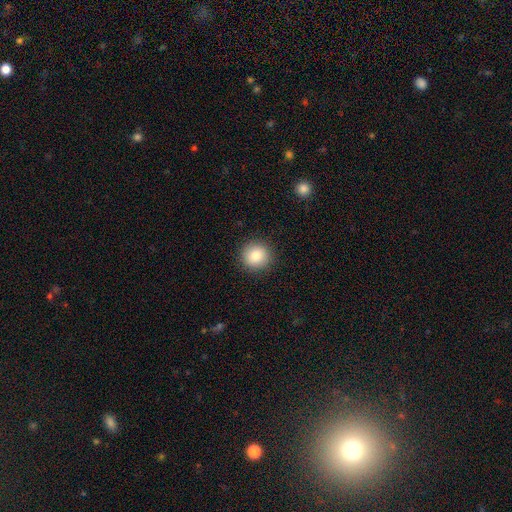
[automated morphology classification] type=smooth (86%); roundness=round (92%); merging=none (91%).